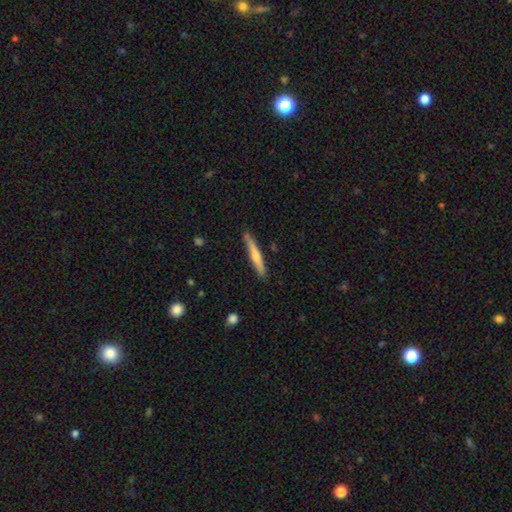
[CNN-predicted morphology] type=featured or disk (50%); edge-on=yes (96%); merging=none (88%).